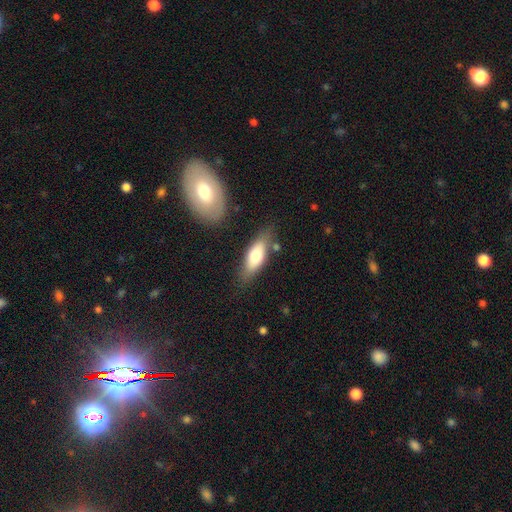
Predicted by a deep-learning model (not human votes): Morphology: type=smooth (68%); roundness=in between (68%); merging=none (75%).